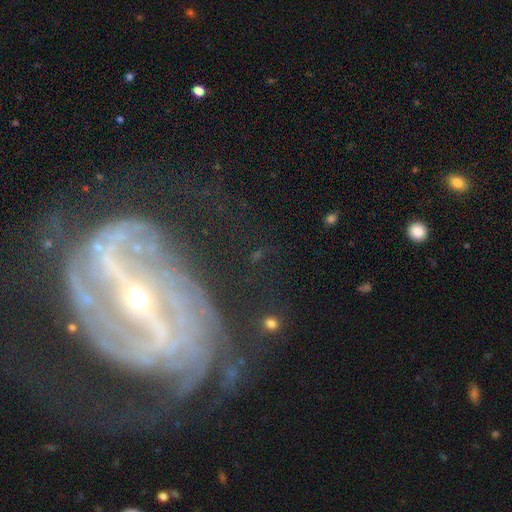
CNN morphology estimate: type=featured or disk (87%); edge-on=no (95%); bar=strong (65%); spiral arms=yes (91%); winding=tight (40%); arm count=2 (43%); bulge=small (75%); merging=none (55%).